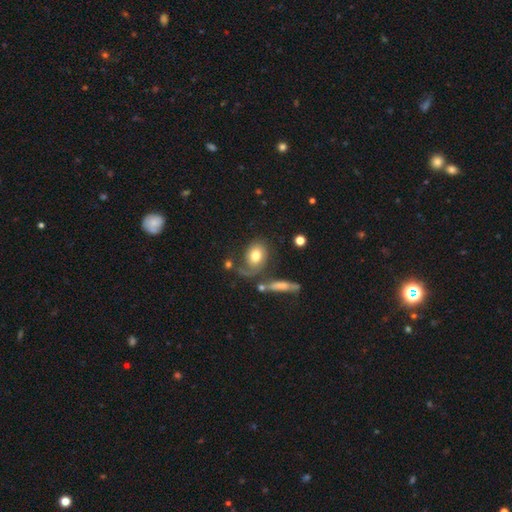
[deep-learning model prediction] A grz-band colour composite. It shows a smooth galaxy with no disk features (60%) that is in between round and cigar-shaped (68%). Merging: none (45%).